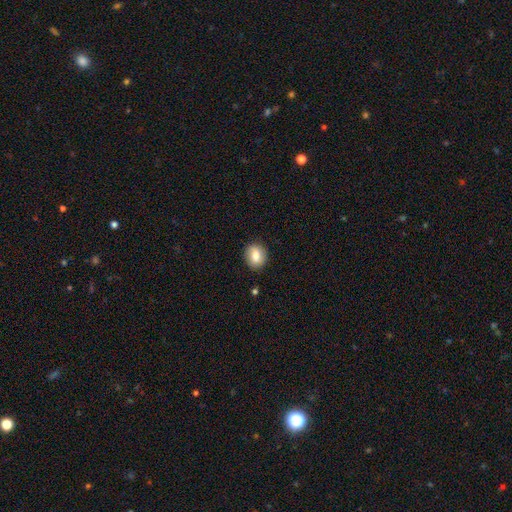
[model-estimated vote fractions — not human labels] A smooth galaxy with no disk features (80%) that is round (57%).

Vote fractions:
- Smooth or featured? smooth: 80% / featured or disk: 13% / star or artifact: 8%
- How rounded? round: 57% / in between: 42% / cigar-shaped: 1%
- Merging? none: 85% / minor disturbance: 11% / major disturbance: 3% / merger: 1%